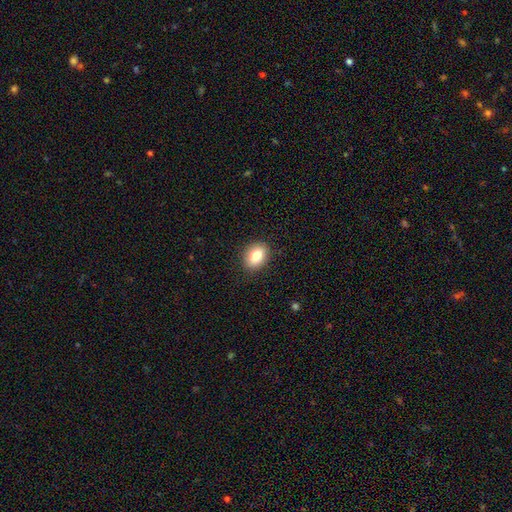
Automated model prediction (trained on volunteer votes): The model was most divided on "how rounded": in between: 75%, round: 23%, cigar-shaped: 1%. More confident: merging — none (89%); smooth or featured — smooth (83%).